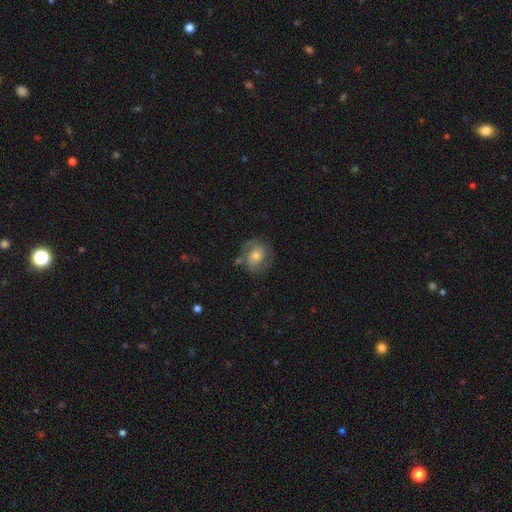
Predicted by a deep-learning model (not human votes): smooth_or_featured: featured or disk (p=0.52) [alt: smooth p=0.39]
disk_edge_on: no (p=0.97) [alt: yes p=0.03]
bar: no (p=0.67) [alt: weak p=0.26]
has_spiral_arms: yes (p=0.77) [alt: no p=0.23]
bulge_size: moderate (p=0.58) [alt: small p=0.33]
merging: none (p=0.67) [alt: minor disturbance p=0.19]